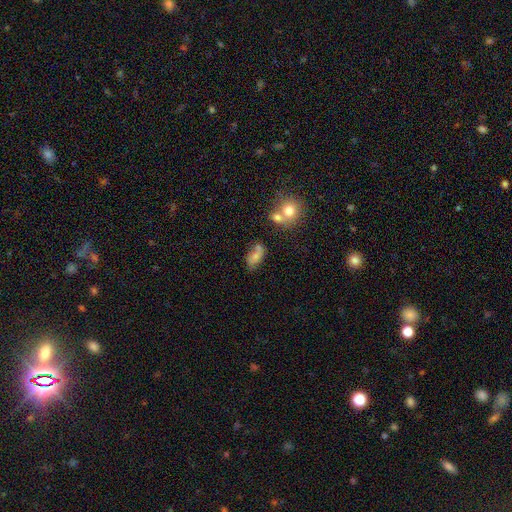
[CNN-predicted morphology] Q: Smooth or featured?
A: smooth (61%); runner-up: featured or disk (28%)
Q: How rounded?
A: in between (85%); runner-up: round (11%)
Q: Merging?
A: none (45%); runner-up: minor disturbance (23%)